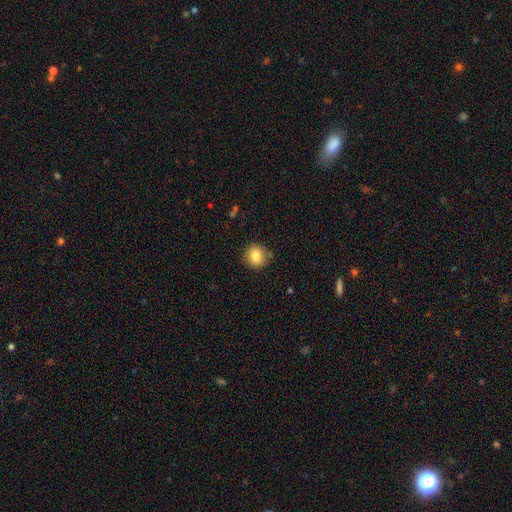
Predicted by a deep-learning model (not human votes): smooth 82%, star or artifact 10%, featured or disk 8%. Down the decision tree: how rounded — round (87%); merging — none (85%).